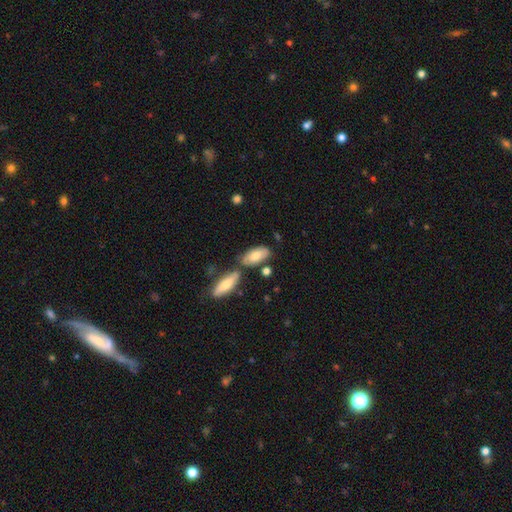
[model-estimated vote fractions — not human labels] Smooth or featured? smooth (73%)
How rounded? in between (86%)
Merging? none (61%)